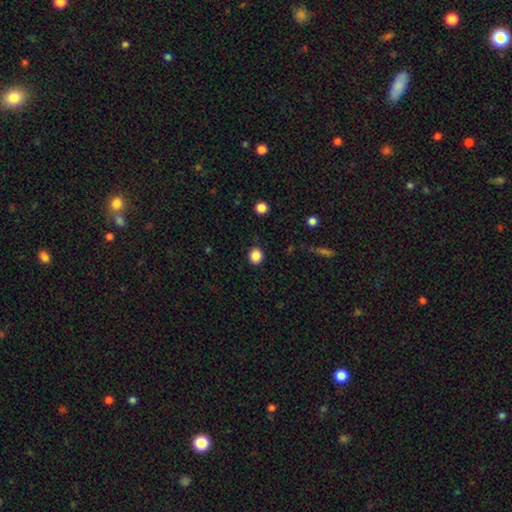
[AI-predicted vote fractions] This is clearly a smooth galaxy (87%). How rounded: likely round (77%). Merging: clearly none (89%).